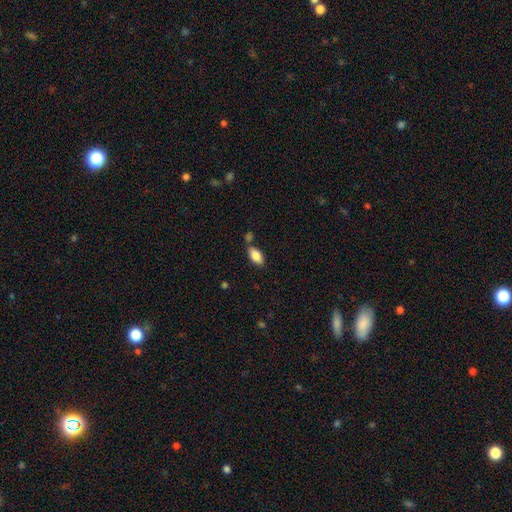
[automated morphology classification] Smooth or featured? smooth (82%)
How rounded? in between (89%)
Merging? none (72%)